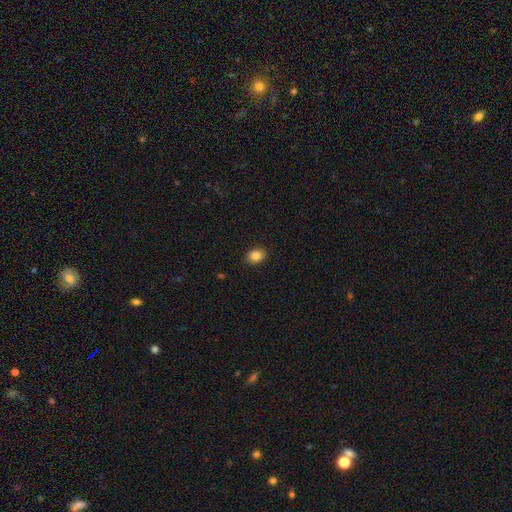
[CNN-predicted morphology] Overall: smooth (86%). How rounded: in between (57%; round 42%). Merging: none (90%).